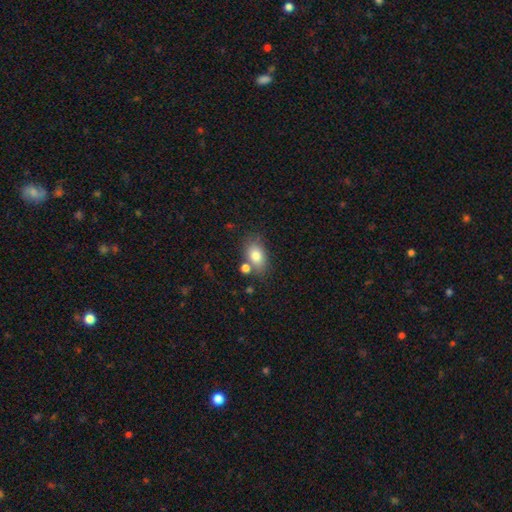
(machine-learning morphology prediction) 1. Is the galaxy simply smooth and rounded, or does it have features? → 79% smooth, 12% featured or disk, 9% star or artifact.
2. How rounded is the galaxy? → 81% in between, 17% round, 2% cigar-shaped.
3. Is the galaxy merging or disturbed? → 64% none, 16% merger, 15% minor disturbance, 5% major disturbance.